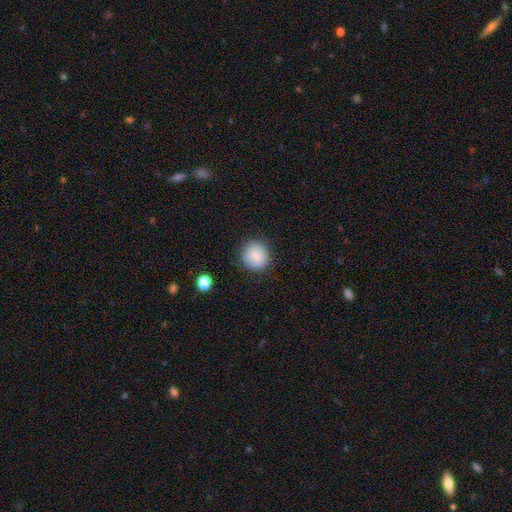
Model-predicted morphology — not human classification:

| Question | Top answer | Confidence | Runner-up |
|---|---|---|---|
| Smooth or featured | smooth | 87% | star or artifact (8%) |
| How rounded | round | 86% | in between (13%) |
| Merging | none | 85% | minor disturbance (11%) |